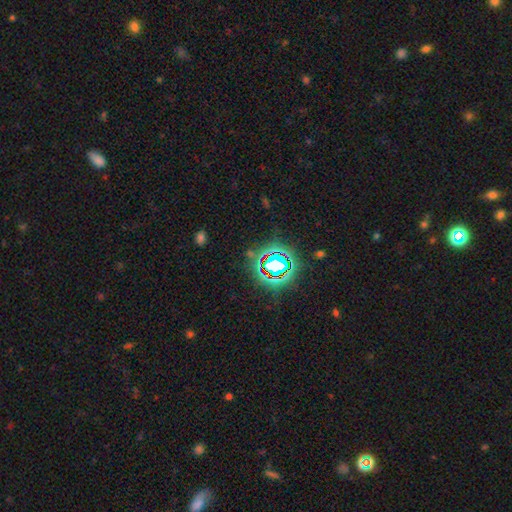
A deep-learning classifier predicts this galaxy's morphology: type=star or artifact (79%).